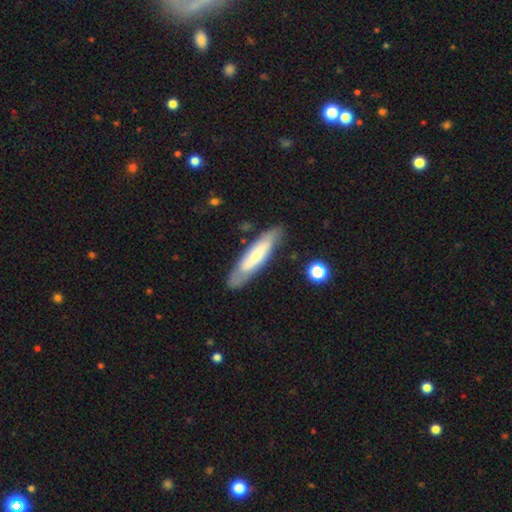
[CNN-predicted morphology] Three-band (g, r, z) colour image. It shows a smooth galaxy with no disk features (51%) that is cigar-shaped (72%). Merging: none (79%).